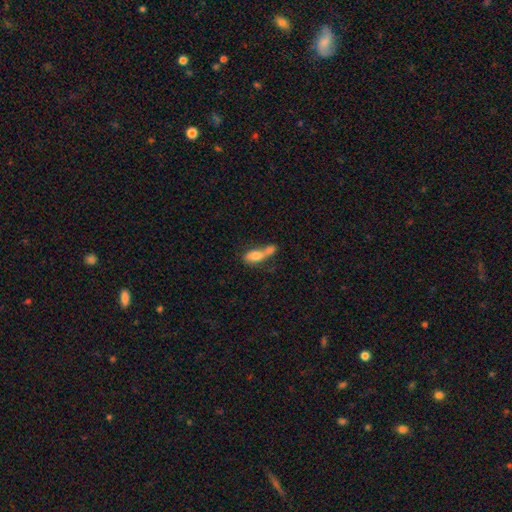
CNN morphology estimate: This is likely a smooth galaxy (71%). How rounded: likely in between (75%). Merging: likely merger (67%).